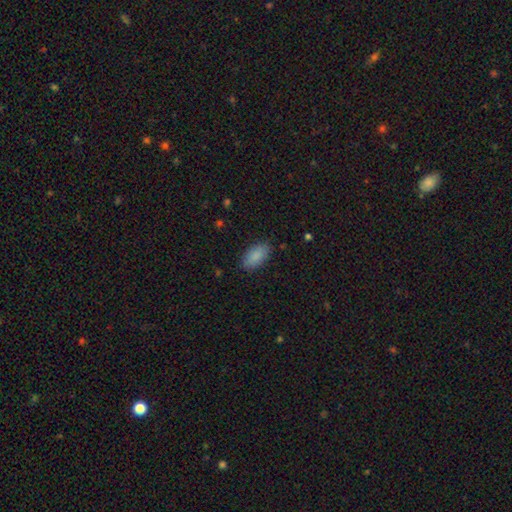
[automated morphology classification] Smooth or featured: smooth — 88% (star or artifact — 7%)
How rounded: in between — 94% (cigar-shaped — 3%)
Merging: none — 85% (minor disturbance — 11%)